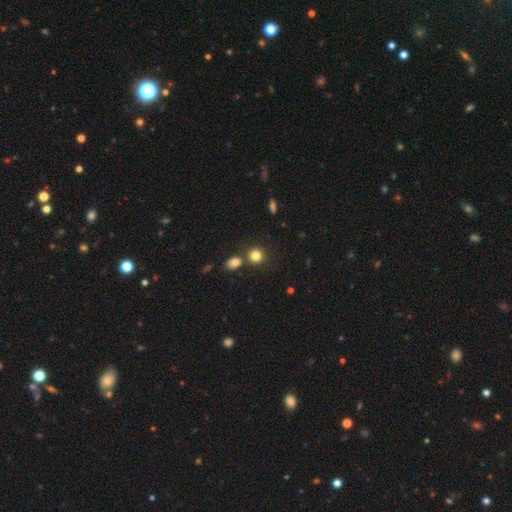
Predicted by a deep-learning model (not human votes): smooth 81%, star or artifact 12%, featured or disk 7%. Down the decision tree: how rounded — round (83%); merging — none (68%).